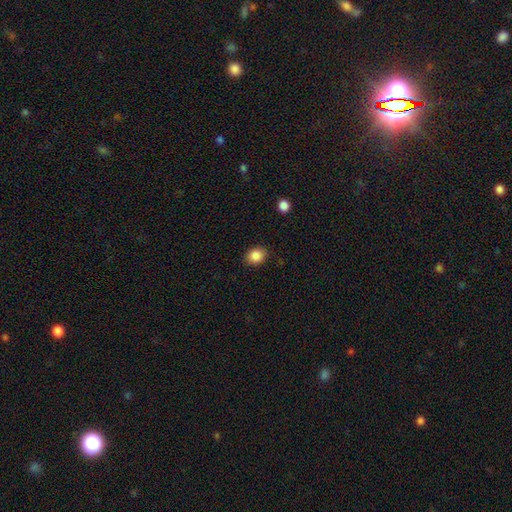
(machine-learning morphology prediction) This is clearly a smooth galaxy (86%). How rounded: likely round (63%). Merging: clearly none (86%).